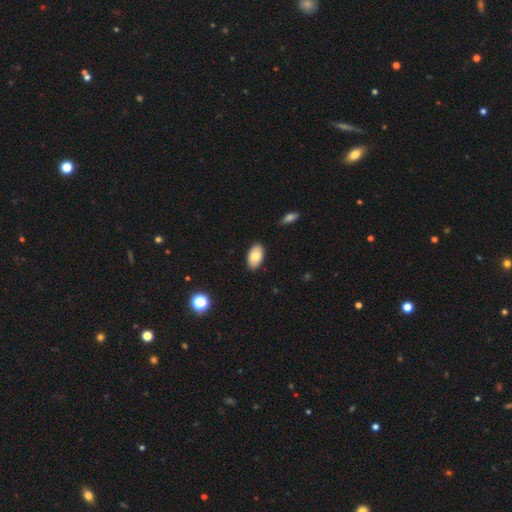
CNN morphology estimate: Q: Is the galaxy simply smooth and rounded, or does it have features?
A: smooth — 81%.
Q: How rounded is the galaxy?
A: in between — 95%.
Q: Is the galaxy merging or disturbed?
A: none — 87%.